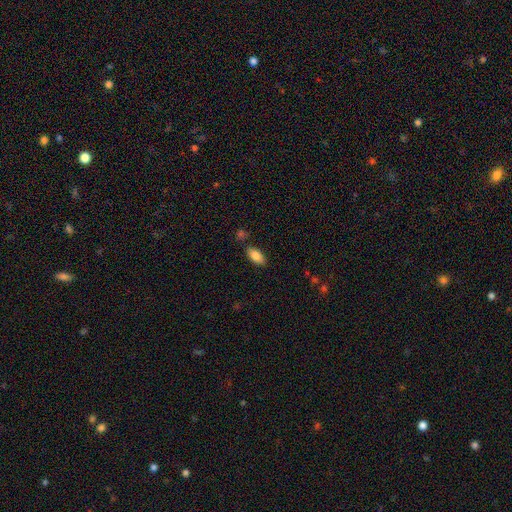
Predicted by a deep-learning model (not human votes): Q: Smooth or featured?
A: smooth (85%); runner-up: featured or disk (8%)
Q: How rounded?
A: in between (91%); runner-up: cigar-shaped (7%)
Q: Merging?
A: none (81%); runner-up: minor disturbance (12%)